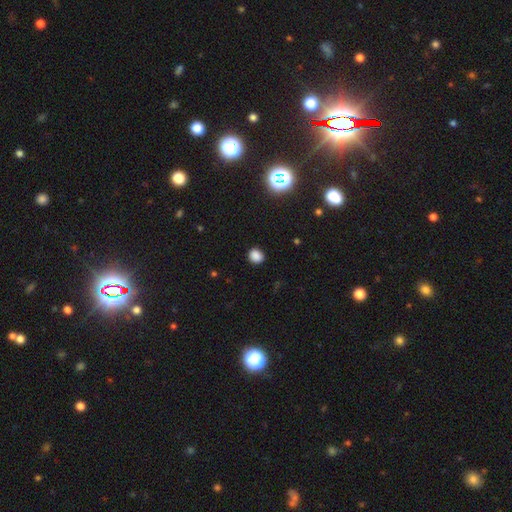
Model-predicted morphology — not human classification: Smooth or featured?
  - smooth: 83% *
  - star or artifact: 13%
  - featured or disk: 4%
How rounded?
  - round: 77% *
  - in between: 22%
  - cigar-shaped: 1%
Merging?
  - none: 89% *
  - minor disturbance: 8%
  - major disturbance: 2%
  - merger: 1%